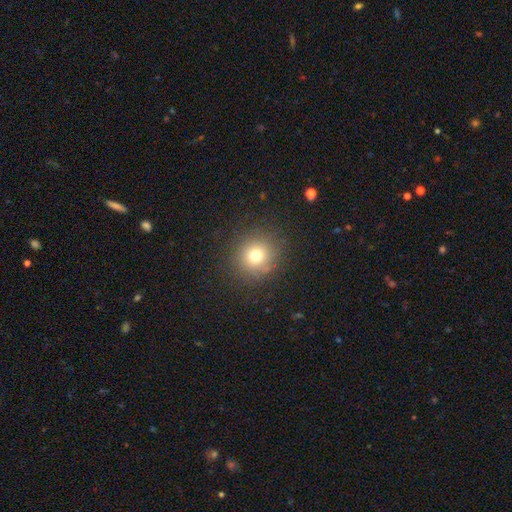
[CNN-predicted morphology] Q: Smooth or featured?
A: smooth (73%); runner-up: star or artifact (17%)
Q: How rounded?
A: round (91%); runner-up: in between (8%)
Q: Merging?
A: none (87%); runner-up: minor disturbance (8%)